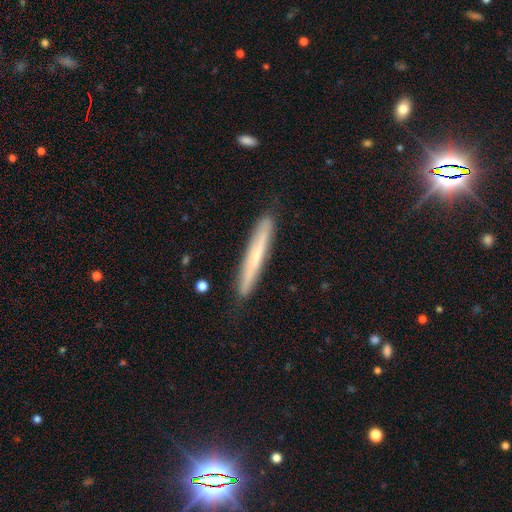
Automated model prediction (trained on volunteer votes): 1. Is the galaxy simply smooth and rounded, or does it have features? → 52% smooth, 42% featured or disk, 6% star or artifact.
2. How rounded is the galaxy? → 96% cigar-shaped, 3% in between, 1% round.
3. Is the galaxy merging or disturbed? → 86% none, 11% minor disturbance, 2% major disturbance, 1% merger.